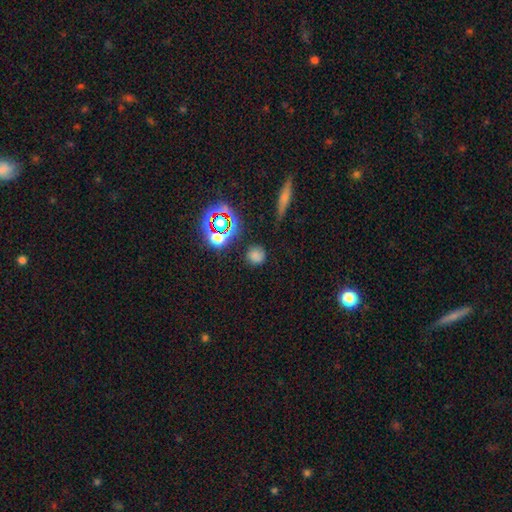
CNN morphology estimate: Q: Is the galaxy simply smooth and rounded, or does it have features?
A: smooth — 69%.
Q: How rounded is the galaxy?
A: round — 89%.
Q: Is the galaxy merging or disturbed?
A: none — 83%.